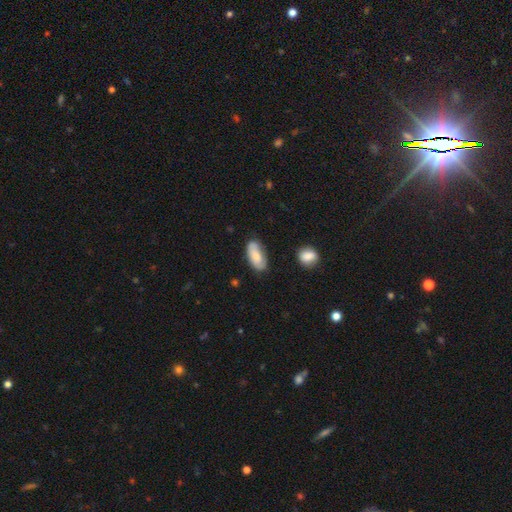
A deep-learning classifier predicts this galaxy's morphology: type=smooth (67%); roundness=in between (90%); merging=none (65%).